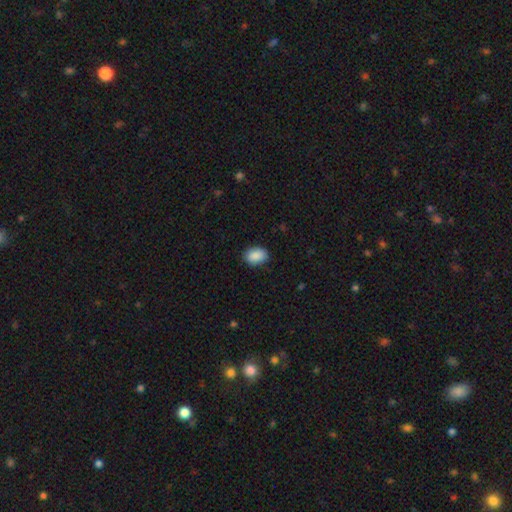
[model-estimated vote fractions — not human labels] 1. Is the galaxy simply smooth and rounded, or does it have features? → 90% smooth, 7% star or artifact, 3% featured or disk.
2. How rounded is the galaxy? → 83% in between, 16% round, 1% cigar-shaped.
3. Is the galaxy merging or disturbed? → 86% none, 11% minor disturbance, 2% major disturbance, 1% merger.